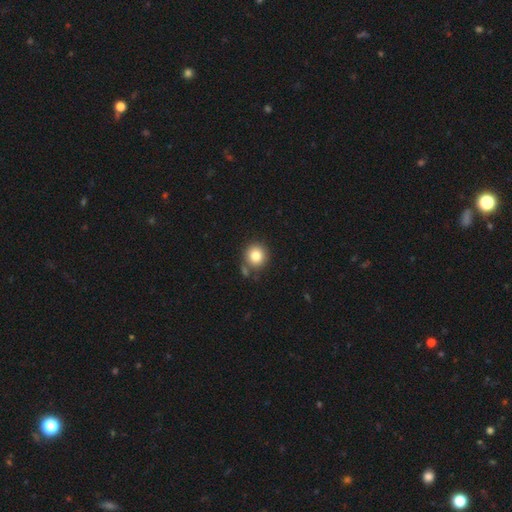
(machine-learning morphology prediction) smooth-or-featured: smooth: 82% | star or artifact: 10% | featured or disk: 8%
  how-rounded: round: 91% | in between: 8% | cigar-shaped: 1%
  merging: none: 74% | minor disturbance: 11% | merger: 11% | major disturbance: 4%